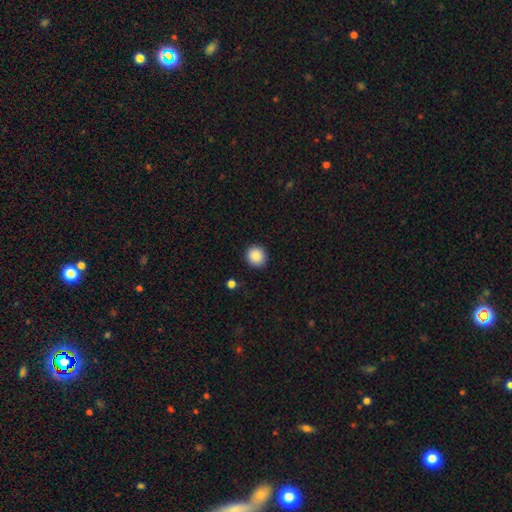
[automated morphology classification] smooth_or_featured: smooth (p=0.89) [alt: star or artifact p=0.09]
how_rounded: round (p=0.90) [alt: in between p=0.09]
merging: none (p=0.90) [alt: minor disturbance p=0.06]